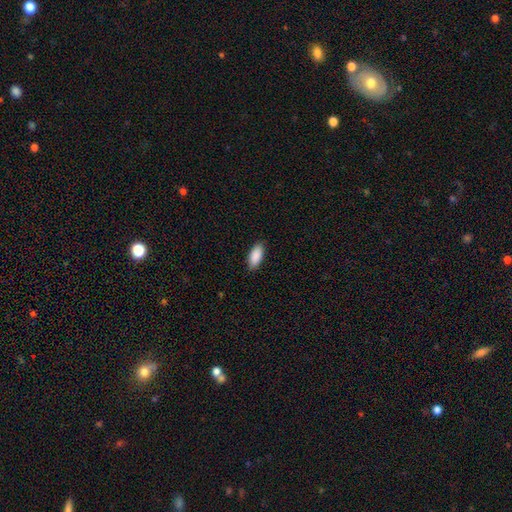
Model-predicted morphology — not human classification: The model was most divided on "how rounded": in between: 87%, cigar-shaped: 12%, round: 2%. More confident: smooth or featured — smooth (90%); merging — none (88%).